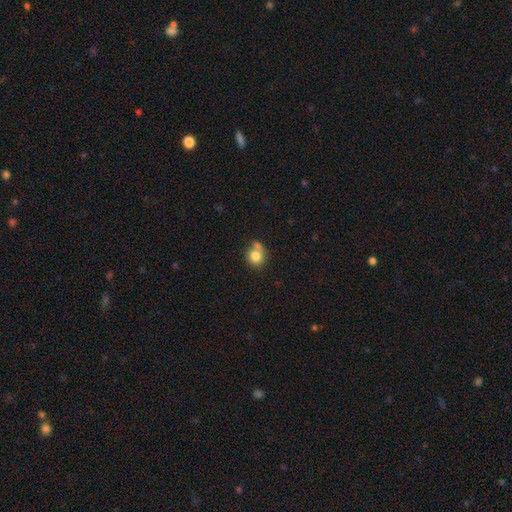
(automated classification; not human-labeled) Morphology: type=smooth (80%); roundness=round (81%); merging=none (51%).